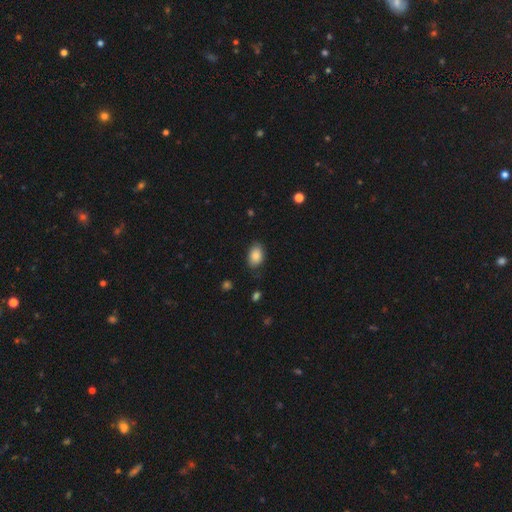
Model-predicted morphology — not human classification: Smooth or featured: smooth — 86% (star or artifact — 8%)
How rounded: in between — 84% (round — 15%)
Merging: none — 81% (minor disturbance — 15%)